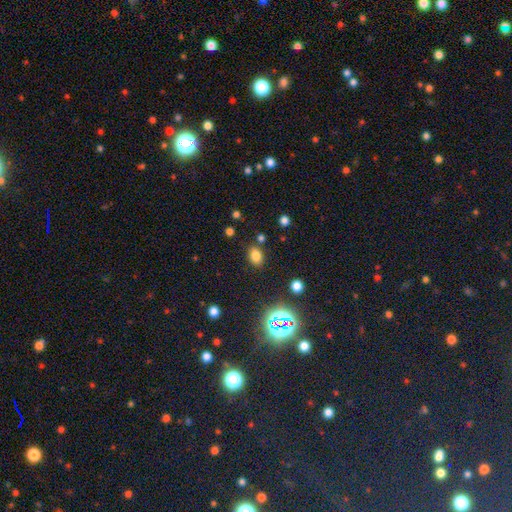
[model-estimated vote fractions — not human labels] Q: Smooth or featured?
A: smooth (76%); runner-up: star or artifact (17%)
Q: How rounded?
A: in between (75%); runner-up: round (23%)
Q: Merging?
A: none (81%); runner-up: minor disturbance (10%)